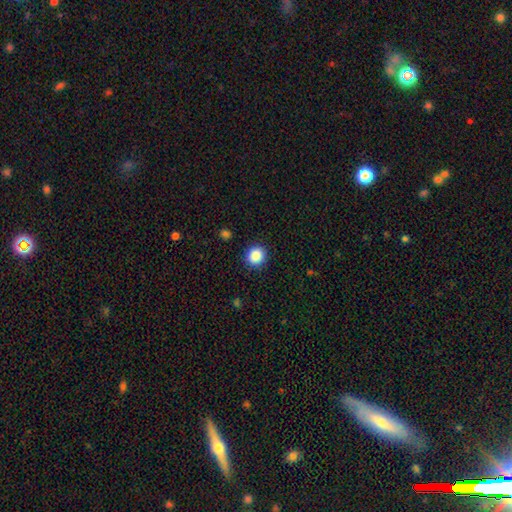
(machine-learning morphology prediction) smooth-or-featured: smooth: 88% | star or artifact: 9% | featured or disk: 3%
  how-rounded: round: 87% | in between: 12% | cigar-shaped: 1%
  merging: none: 90% | minor disturbance: 7% | major disturbance: 2% | merger: 1%